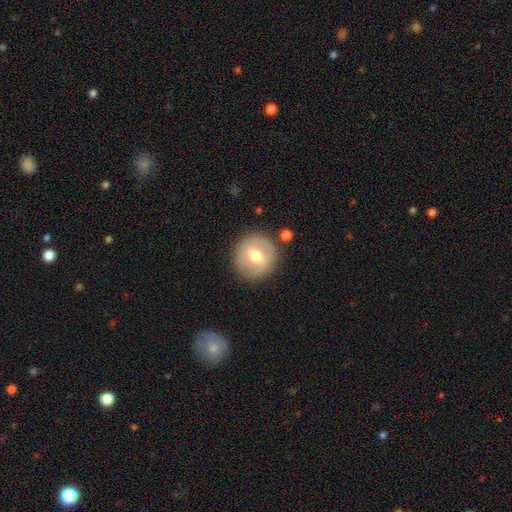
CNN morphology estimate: This appears to be a smooth galaxy with no disk features (54%) that is round (94%). Merging: none (87%).